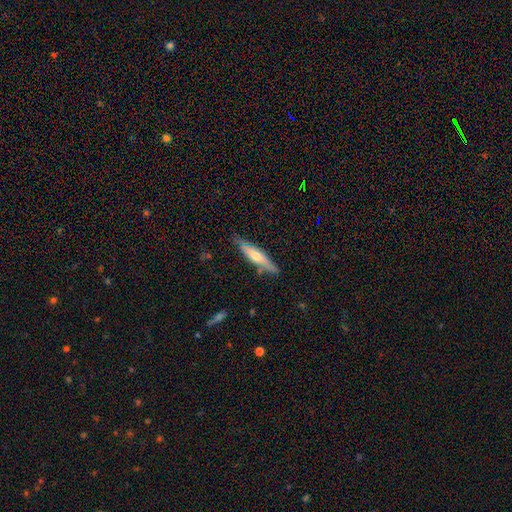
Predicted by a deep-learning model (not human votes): Morphology: type=featured or disk (51%); edge-on=yes (88%); merging=none (82%).